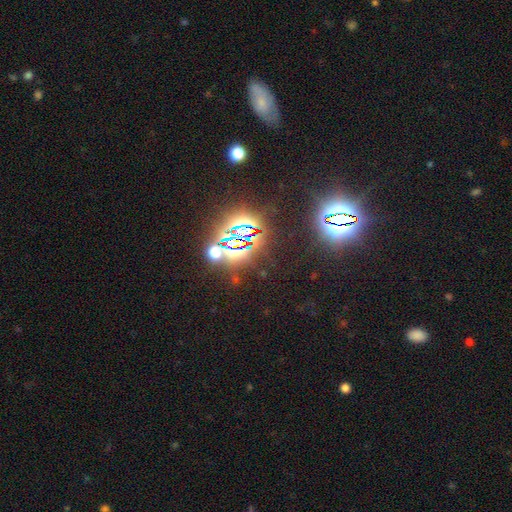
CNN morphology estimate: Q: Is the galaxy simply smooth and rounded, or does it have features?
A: star or artifact — 81%.